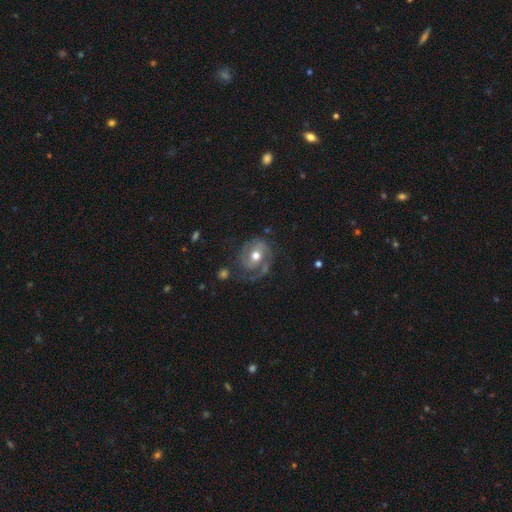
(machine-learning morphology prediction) Smooth or featured?
  - featured or disk: 68% *
  - smooth: 25%
  - star or artifact: 7%
Edge-on disk?
  - no: 97% *
  - yes: 3%
Bar?
  - no: 59% *
  - weak: 31%
  - strong: 10%
Spiral arms?
  - yes: 80% *
  - no: 20%
Spiral winding?
  - tight: 41% *
  - medium: 40%
  - loose: 19%
Spiral arm count?
  - 2: 48% *
  - 1: 30%
  - can't tell: 15%
  - 3: 4%
  - 4: 2%
  - more than 4: 2%
Bulge size?
  - moderate: 78% *
  - large: 11%
  - small: 9%
  - dominant: 1%
  - none: 1%
Merging?
  - none: 56% *
  - minor disturbance: 23%
  - major disturbance: 18%
  - merger: 3%